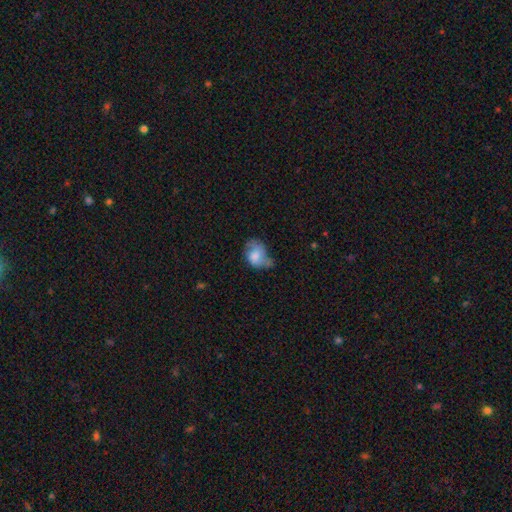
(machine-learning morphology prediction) This appears to be a smooth galaxy with no disk features (61%) that is in between round and cigar-shaped (72%). Merging: minor disturbance (36%).